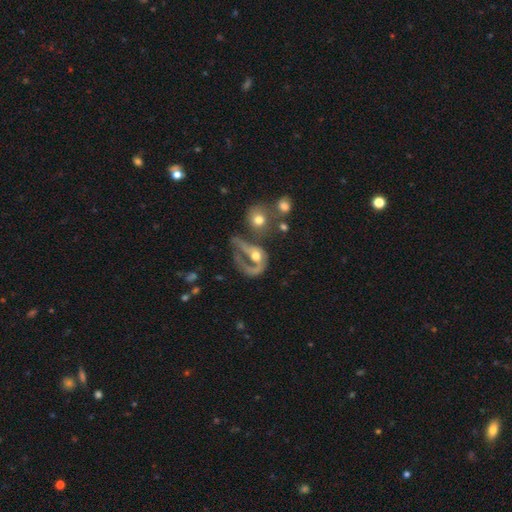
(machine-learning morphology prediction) This is likely a featured or disk galaxy (63%). It is clearly not viewed edge-on (96%). Bar: likely no (74%). Spiral arm pattern: possibly yes (60%). Central bulge: likely moderate (63%). Merging: marginally major disturbance (45%).